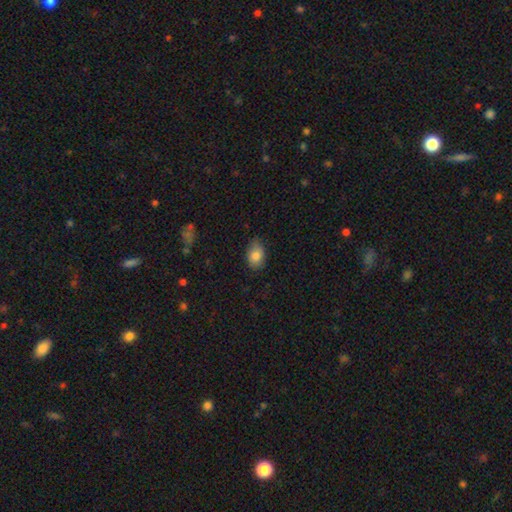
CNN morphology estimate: smooth-or-featured: smooth: 84% | featured or disk: 9% | star or artifact: 8%
  how-rounded: in between: 83% | round: 15% | cigar-shaped: 1%
  merging: none: 74% | minor disturbance: 22% | major disturbance: 3% | merger: 1%